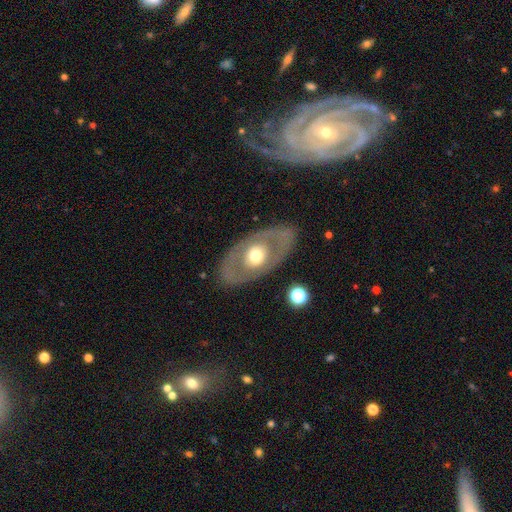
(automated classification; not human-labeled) Smooth or featured? Predicted: featured or disk (p=0.57). Edge-on disk? Predicted: no (p=0.86). Merging? Predicted: none (p=0.83).